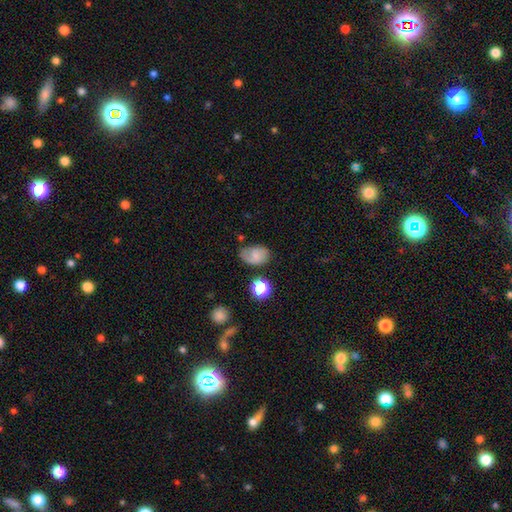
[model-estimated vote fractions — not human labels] Overall: smooth (61%; featured or disk 26%). How rounded: in between (78%). Merging: none (60%; minor disturbance 26%).